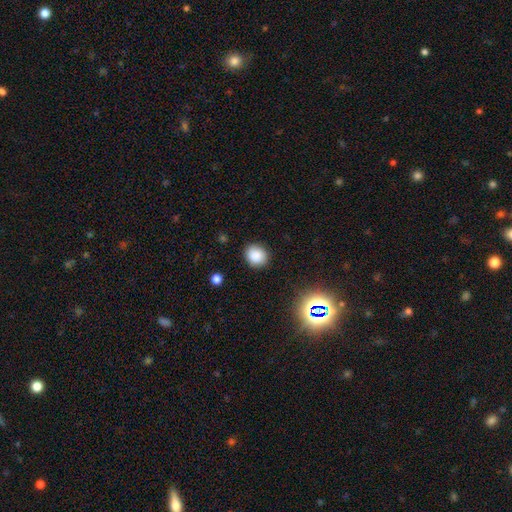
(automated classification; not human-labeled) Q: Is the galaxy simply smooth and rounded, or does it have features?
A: smooth — 85%.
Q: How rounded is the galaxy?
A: round — 68%.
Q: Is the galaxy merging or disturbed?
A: none — 87%.